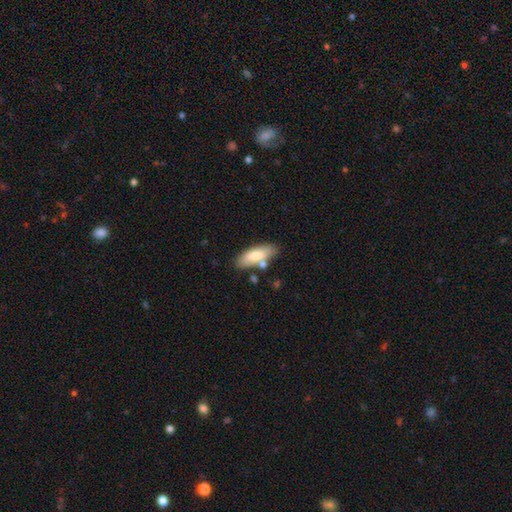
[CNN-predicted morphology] Smooth or featured?
  - smooth: 77% *
  - featured or disk: 17%
  - star or artifact: 6%
How rounded?
  - in between: 66% *
  - cigar-shaped: 32%
  - round: 2%
Merging?
  - none: 72% *
  - minor disturbance: 14%
  - merger: 10%
  - major disturbance: 3%